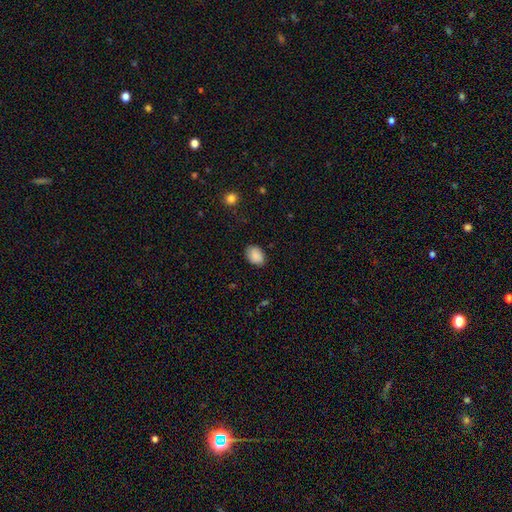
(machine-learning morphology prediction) Smooth or featured? Predicted: smooth (p=0.88). How rounded? Predicted: in between (p=0.78). Merging? Predicted: none (p=0.83).